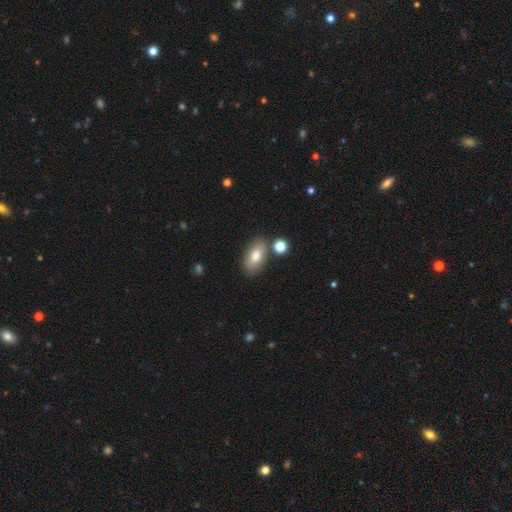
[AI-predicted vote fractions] This appears to be a smooth galaxy with no disk features (78%) that is in between round and cigar-shaped (91%). Merging: none (77%).